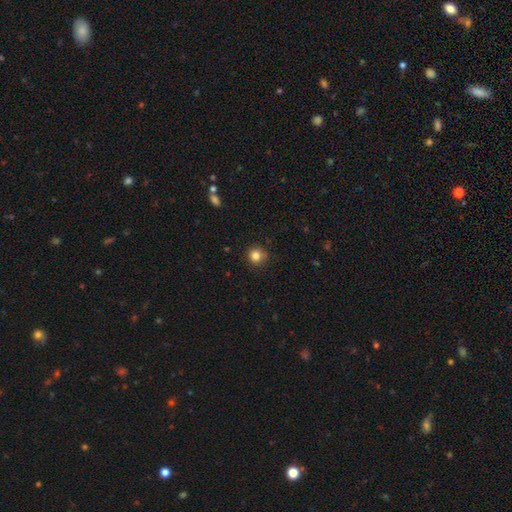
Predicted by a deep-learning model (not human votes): A smooth galaxy with no disk features (84%) that is round (92%). Merging: none (85%).